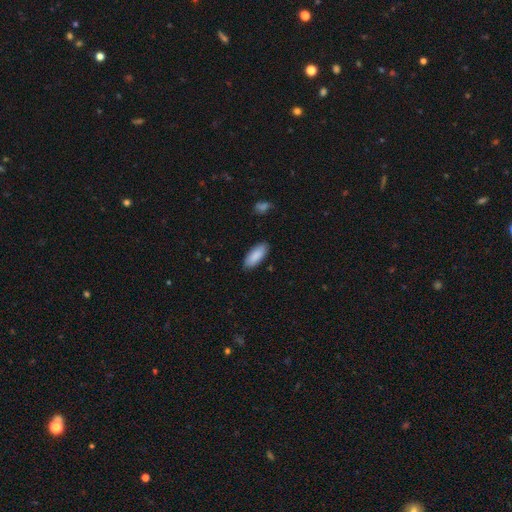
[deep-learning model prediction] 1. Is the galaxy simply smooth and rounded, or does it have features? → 89% smooth, 6% star or artifact, 5% featured or disk.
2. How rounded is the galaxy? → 78% in between, 20% cigar-shaped, 1% round.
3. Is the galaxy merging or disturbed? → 87% none, 10% minor disturbance, 2% major disturbance, 1% merger.